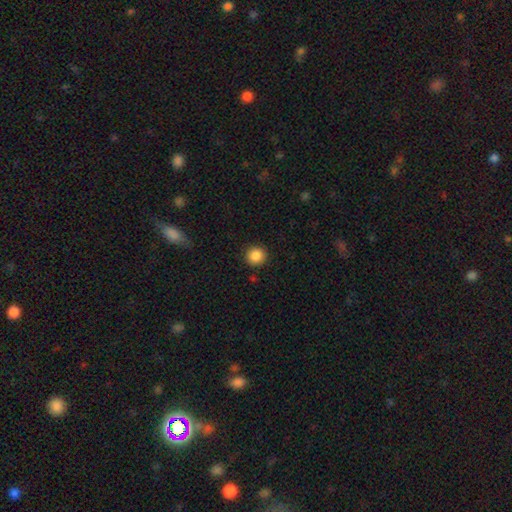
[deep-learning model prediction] Smooth or featured? Predicted: smooth (p=0.87). How rounded? Predicted: round (p=0.93). Merging? Predicted: none (p=0.91).